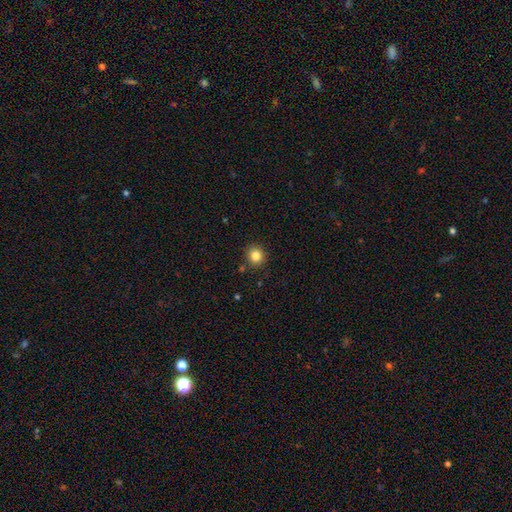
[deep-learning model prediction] Smooth or featured?
  - smooth: 84% *
  - star or artifact: 11%
  - featured or disk: 5%
How rounded?
  - round: 90% *
  - in between: 9%
  - cigar-shaped: 1%
Merging?
  - none: 88% *
  - minor disturbance: 7%
  - merger: 3%
  - major disturbance: 2%